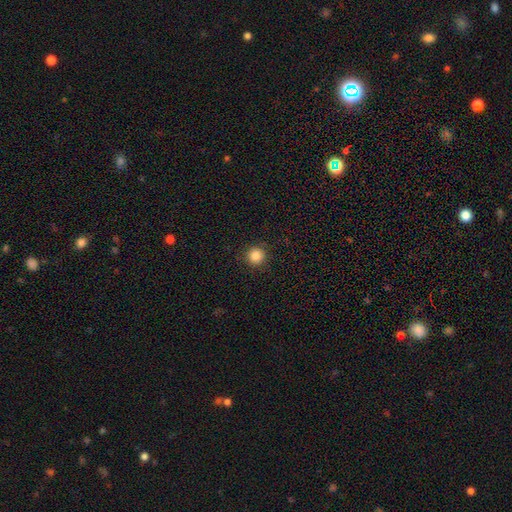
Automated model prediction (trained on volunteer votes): Overall: smooth (85%). How rounded: round (95%). Merging: none (91%).